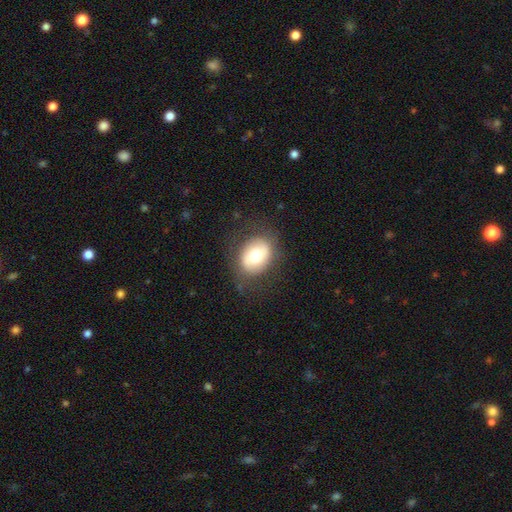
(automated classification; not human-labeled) smooth-or-featured: smooth: 65% | featured or disk: 26% | star or artifact: 8%
  how-rounded: in between: 58% | round: 41% | cigar-shaped: 1%
  merging: none: 75% | minor disturbance: 15% | major disturbance: 8% | merger: 1%